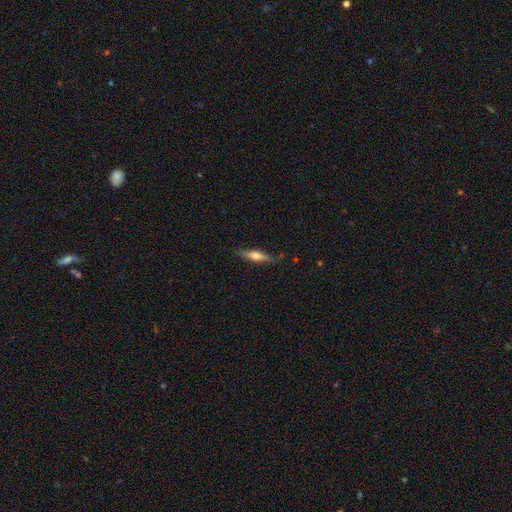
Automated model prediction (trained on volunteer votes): This is possibly a featured or disk galaxy (52%). It is clearly viewed edge-on (94%). Merging: clearly none (83%).